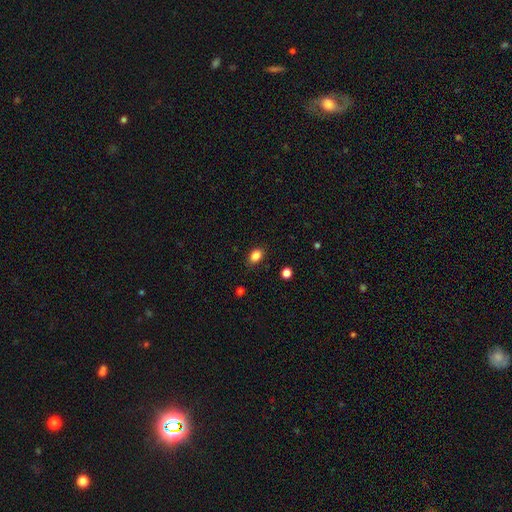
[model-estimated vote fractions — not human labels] smooth_or_featured: smooth (p=0.86) [alt: star or artifact p=0.10]
how_rounded: in between (p=0.79) [alt: round p=0.20]
merging: none (p=0.86) [alt: minor disturbance p=0.10]